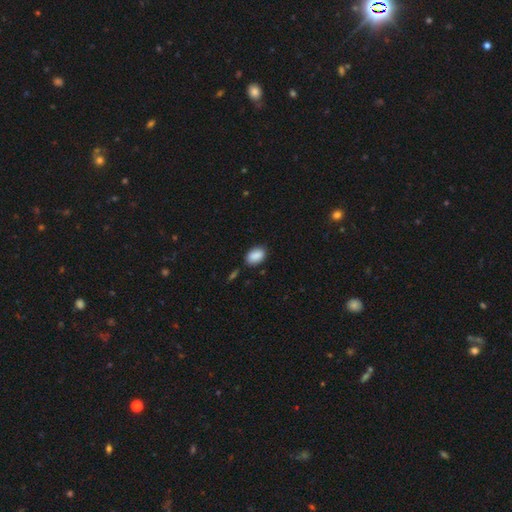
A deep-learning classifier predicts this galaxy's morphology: The model was most divided on "merging": none: 80%, minor disturbance: 14%, merger: 3%, major disturbance: 3%. More confident: smooth or featured — smooth (89%); how rounded — in between (89%).